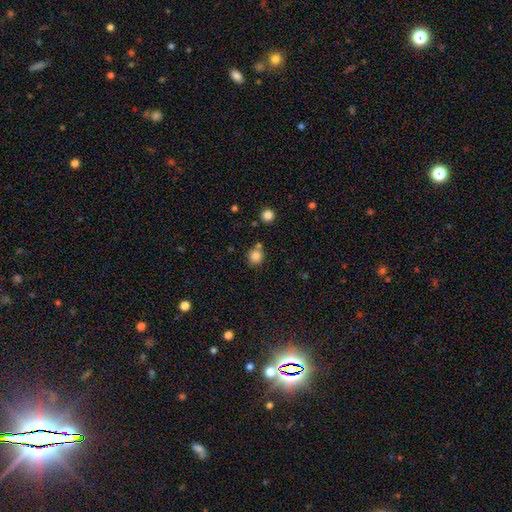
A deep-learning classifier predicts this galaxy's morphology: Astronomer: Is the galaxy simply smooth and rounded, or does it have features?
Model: smooth — 83%.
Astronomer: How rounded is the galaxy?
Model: round — 91%.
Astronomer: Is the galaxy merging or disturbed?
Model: none — 73%.